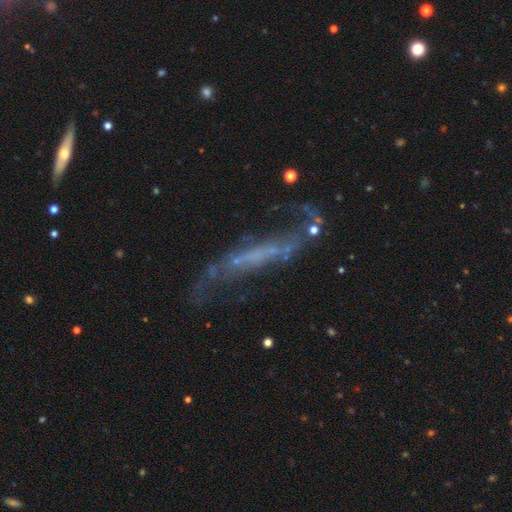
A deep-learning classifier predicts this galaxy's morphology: A featured or disk galaxy (72%) with a strong bar (37%), spiral arms (68%) and no central bulge (67%). Merging: none (44%).